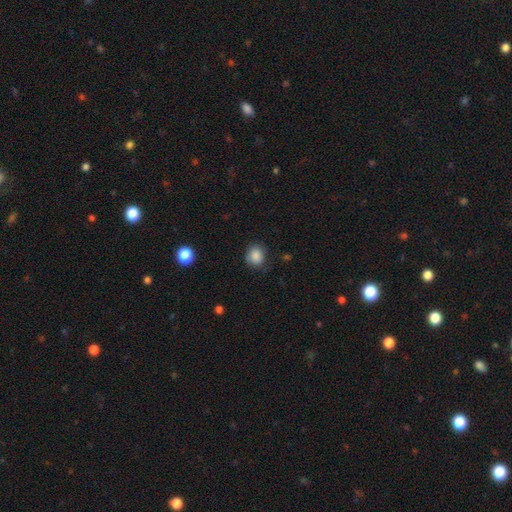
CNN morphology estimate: Smooth or featured: smooth — 86% (star or artifact — 9%)
How rounded: round — 69% (in between — 30%)
Merging: none — 75% (minor disturbance — 19%)